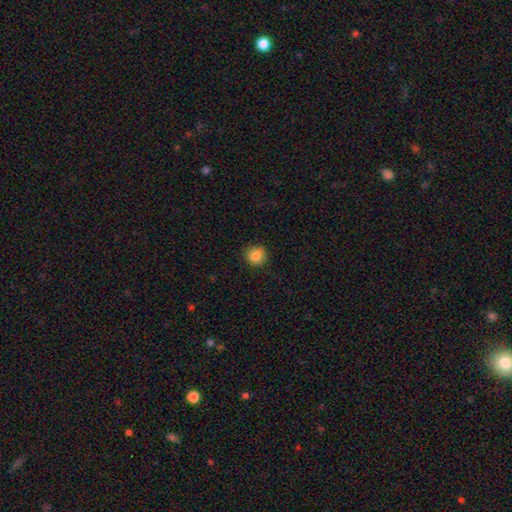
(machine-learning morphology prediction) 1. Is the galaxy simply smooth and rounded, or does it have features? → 85% smooth, 10% star or artifact, 5% featured or disk.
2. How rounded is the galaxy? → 88% round, 11% in between, 1% cigar-shaped.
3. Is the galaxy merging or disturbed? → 87% none, 10% minor disturbance, 2% major disturbance, 1% merger.